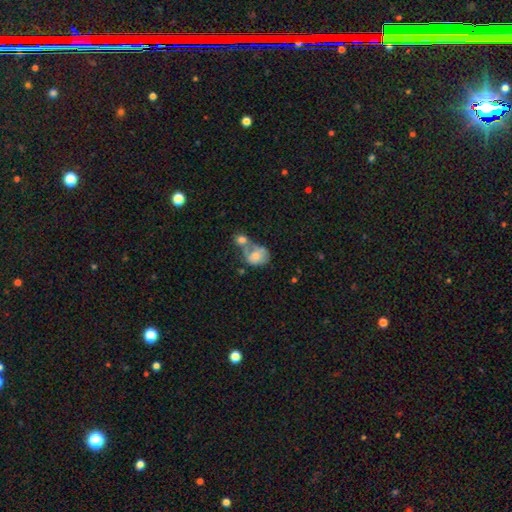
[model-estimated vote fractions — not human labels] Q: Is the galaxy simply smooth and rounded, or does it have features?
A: smooth — 68%.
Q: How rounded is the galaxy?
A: in between — 53%.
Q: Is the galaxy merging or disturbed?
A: merger — 58%.